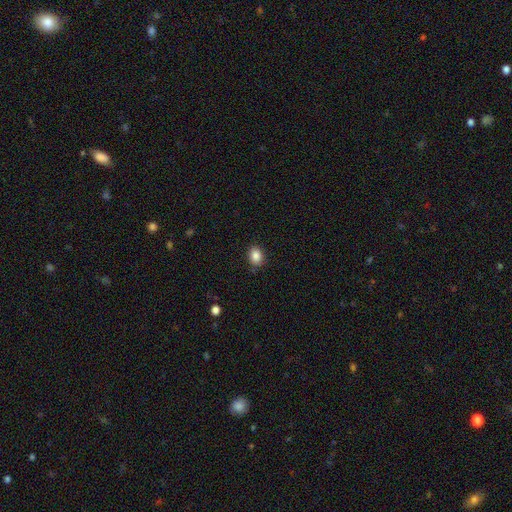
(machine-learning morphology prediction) smooth-or-featured: smooth: 86% | star or artifact: 9% | featured or disk: 4%
  how-rounded: in between: 63% | round: 36% | cigar-shaped: 1%
  merging: none: 85% | minor disturbance: 12% | major disturbance: 2% | merger: 1%